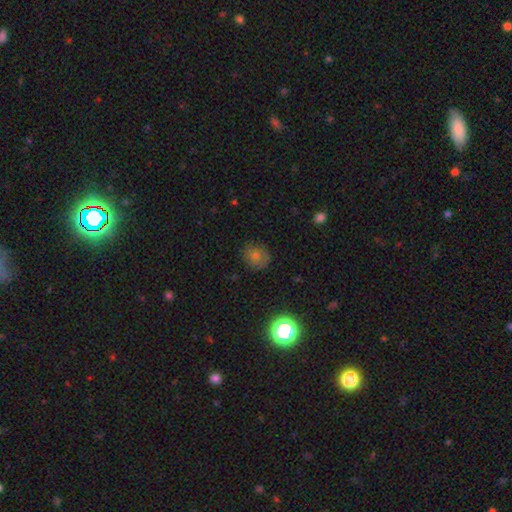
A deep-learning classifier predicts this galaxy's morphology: This is likely a smooth galaxy (65%). How rounded: likely round (75%). Merging: likely none (80%).